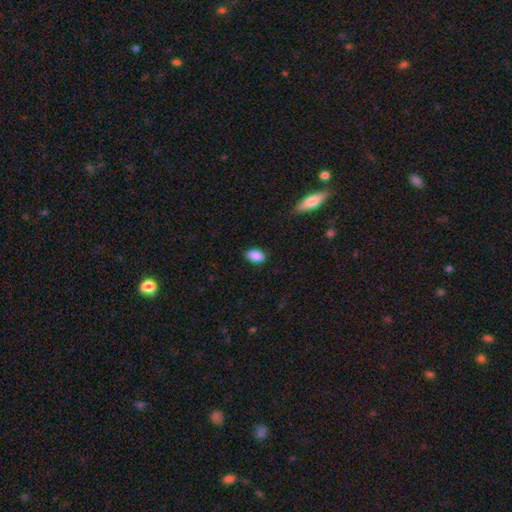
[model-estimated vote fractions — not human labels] Smooth or featured? Predicted: smooth (p=0.89). How rounded? Predicted: in between (p=0.92). Merging? Predicted: none (p=0.84).